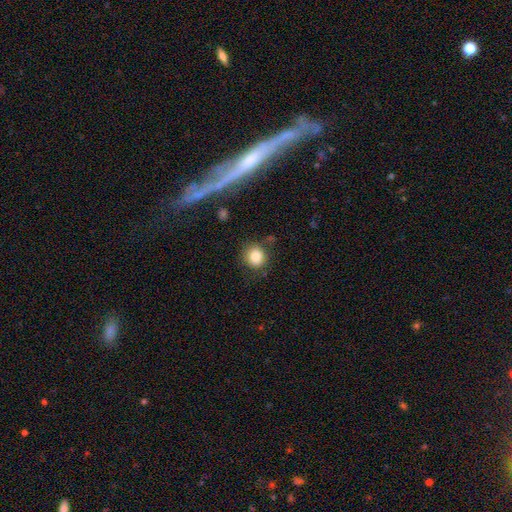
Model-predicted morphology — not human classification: The model was most divided on "merging": none: 79%, minor disturbance: 13%, major disturbance: 4%, merger: 4%. More confident: how rounded — round (85%); smooth or featured — smooth (82%).